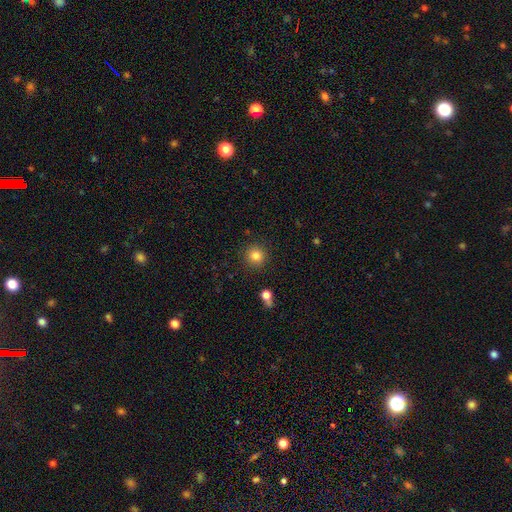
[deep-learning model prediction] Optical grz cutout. It shows a smooth galaxy with no disk features (81%) that is round (93%). Merging: none (90%).